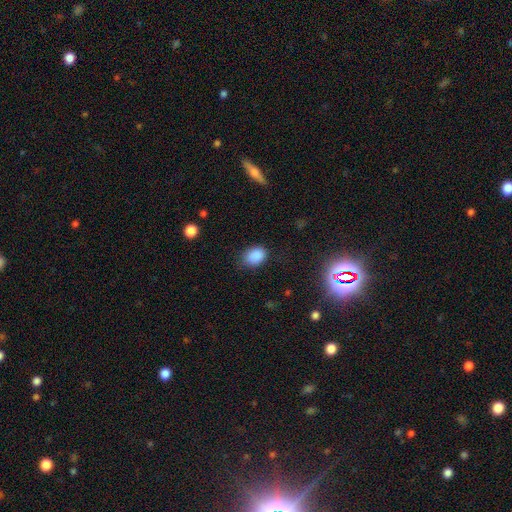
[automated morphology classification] Smooth or featured: smooth — 86% (star or artifact — 10%)
How rounded: in between — 73% (round — 26%)
Merging: none — 74% (minor disturbance — 20%)